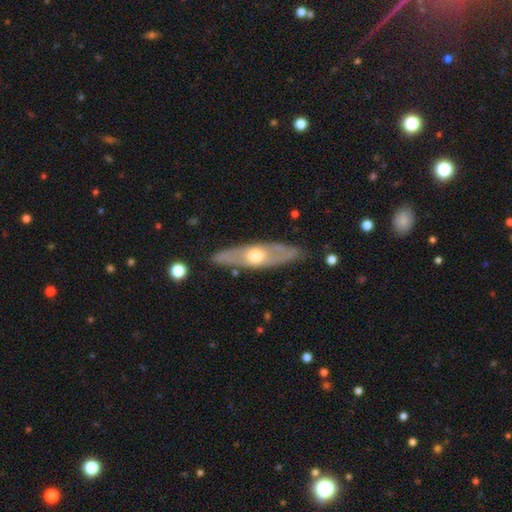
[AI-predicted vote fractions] smooth_or_featured: featured or disk (p=0.62) [alt: smooth p=0.34]
disk_edge_on: yes (p=0.51) [alt: no p=0.49]
merging: none (p=0.84) [alt: minor disturbance p=0.11]